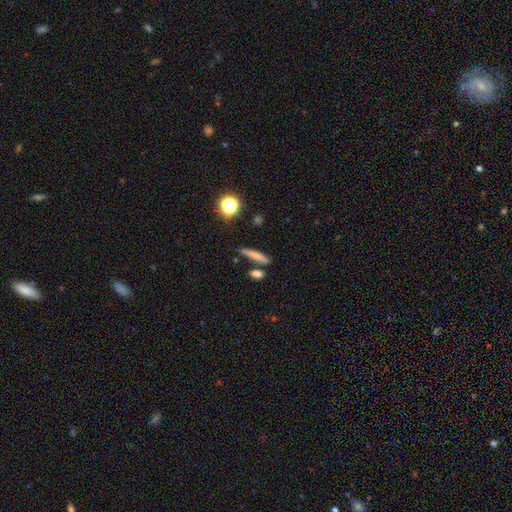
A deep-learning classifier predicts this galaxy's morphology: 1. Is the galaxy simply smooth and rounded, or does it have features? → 72% smooth, 18% featured or disk, 10% star or artifact.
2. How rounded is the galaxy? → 82% cigar-shaped, 13% in between, 5% round.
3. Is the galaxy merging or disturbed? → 71% none, 13% minor disturbance, 12% merger, 4% major disturbance.